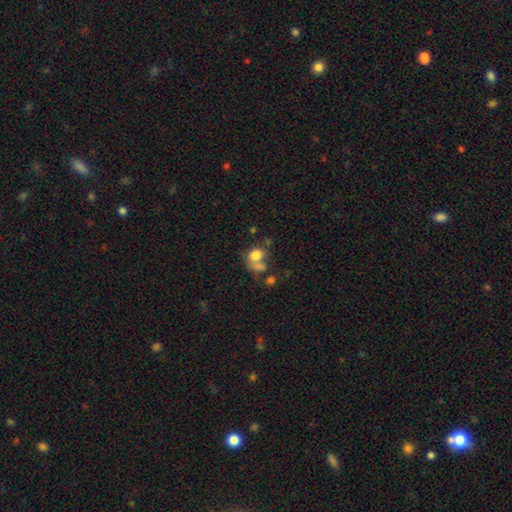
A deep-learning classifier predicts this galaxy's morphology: Q: Smooth or featured?
A: smooth (73%); runner-up: featured or disk (15%)
Q: How rounded?
A: in between (54%); runner-up: round (44%)
Q: Merging?
A: merger (42%); runner-up: none (28%)